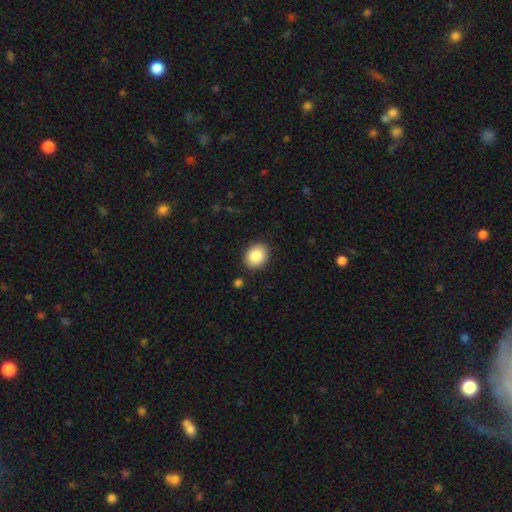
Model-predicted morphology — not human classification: Smooth or featured? Predicted: smooth (p=0.86). How rounded? Predicted: round (p=0.56). Merging? Predicted: none (p=0.88).